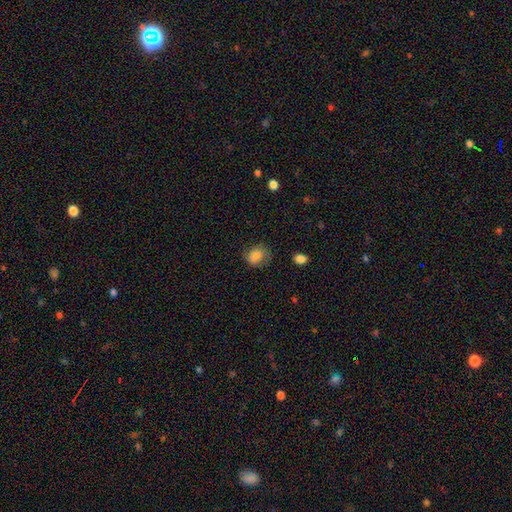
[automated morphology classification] Overall: smooth (82%). How rounded: round (56%; in between 43%). Merging: none (65%).